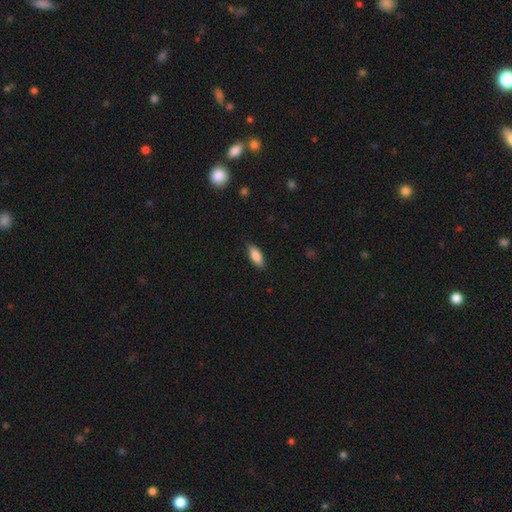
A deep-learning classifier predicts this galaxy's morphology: type=smooth (84%); roundness=in between (77%); merging=none (84%).